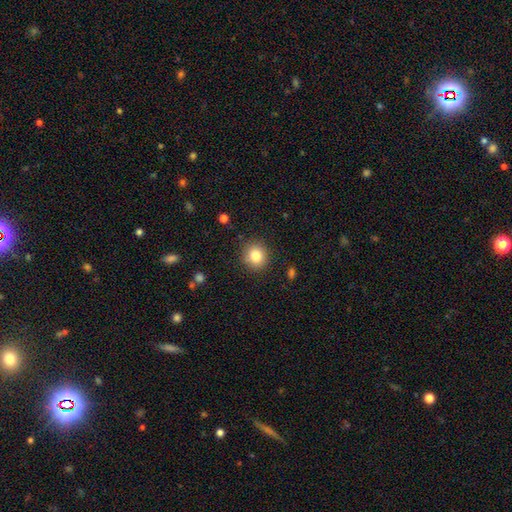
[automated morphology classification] The model was most divided on "smooth or featured": smooth: 82%, star or artifact: 11%, featured or disk: 7%. More confident: merging — none (88%); how rounded — round (86%).